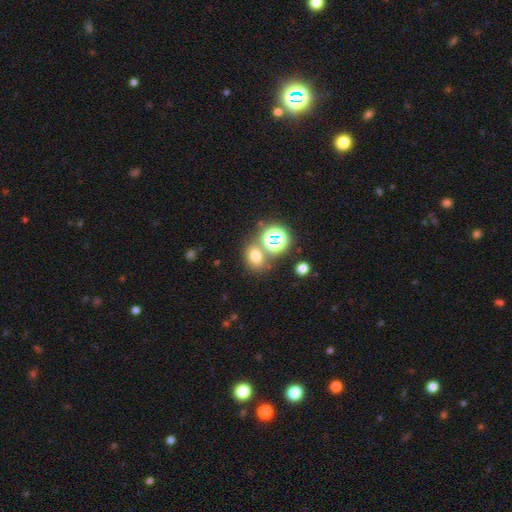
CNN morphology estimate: smooth 67%, star or artifact 25%, featured or disk 8%. Down the decision tree: how rounded — in between (50%); merging — none (65%).